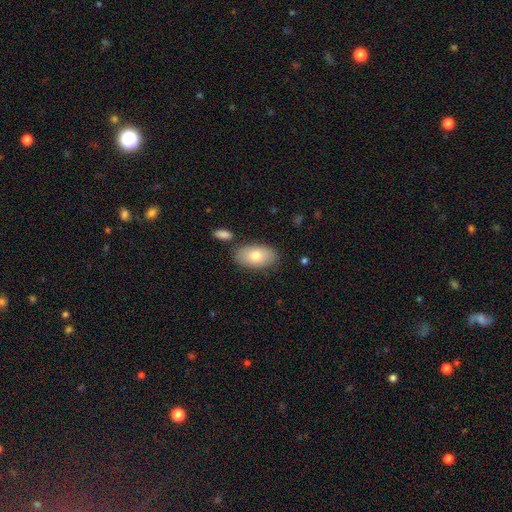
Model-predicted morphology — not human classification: smooth-or-featured: smooth: 76% | featured or disk: 17% | star or artifact: 6%
  how-rounded: in between: 93% | round: 5% | cigar-shaped: 2%
  merging: none: 80% | minor disturbance: 12% | merger: 5% | major disturbance: 3%